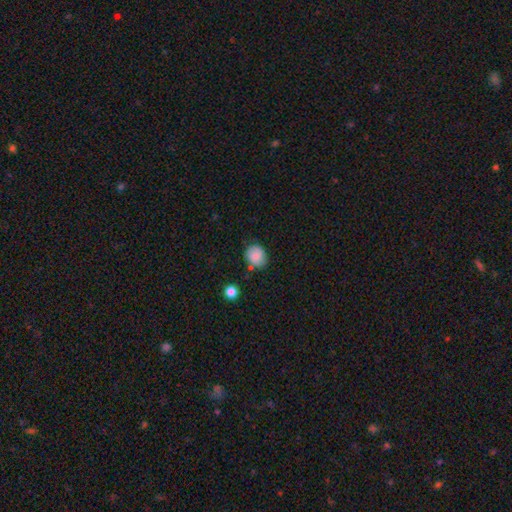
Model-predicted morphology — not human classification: A smooth galaxy with no disk features (83%) that is round (71%). Merging: none (74%).